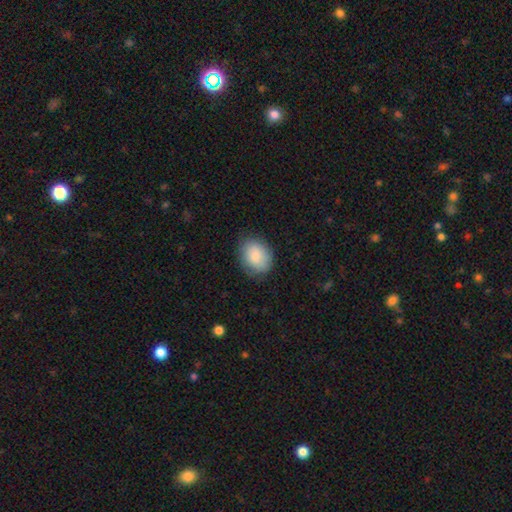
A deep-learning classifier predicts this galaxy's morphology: The model was most divided on "how rounded": in between: 61%, round: 38%, cigar-shaped: 1%. More confident: smooth or featured — smooth (85%); merging — none (80%).